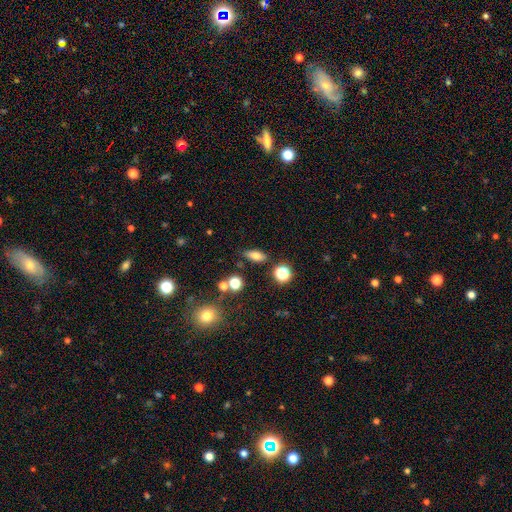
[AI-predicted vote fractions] Overall: smooth (71%). How rounded: in between (72%). Merging: none (82%).